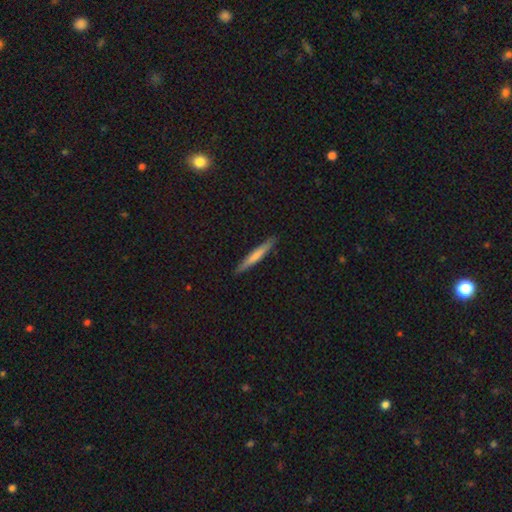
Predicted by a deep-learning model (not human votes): smooth-or-featured: smooth: 63% | featured or disk: 31% | star or artifact: 5%
  how-rounded: cigar-shaped: 95% | in between: 4% | round: 1%
  merging: none: 91% | minor disturbance: 7% | major disturbance: 1% | merger: 1%